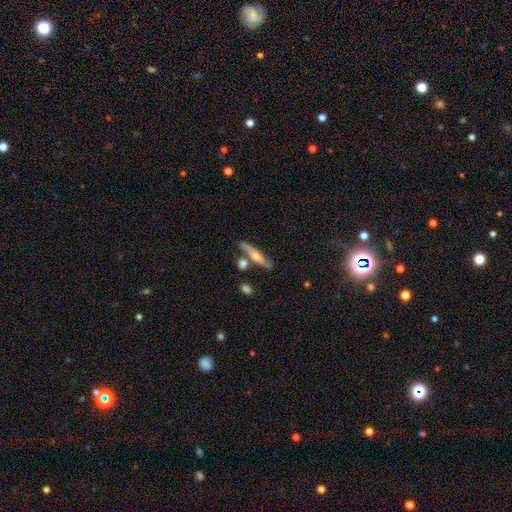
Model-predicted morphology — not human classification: Smooth or featured: featured or disk — 57% (smooth — 35%)
Edge-on disk: yes — 88% (no — 12%)
Merging: none — 73% (minor disturbance — 13%)